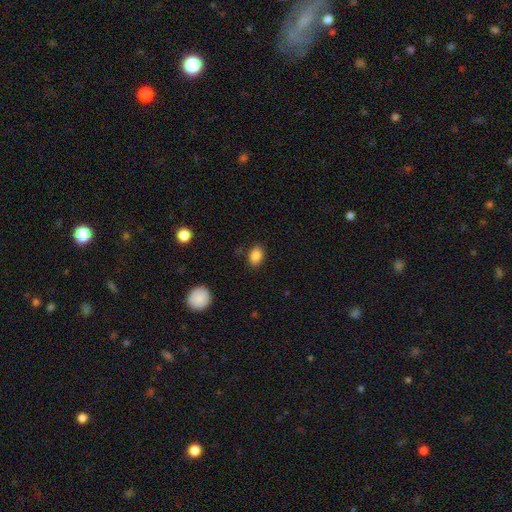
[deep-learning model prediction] Smooth or featured? smooth (86%)
How rounded? in between (82%)
Merging? none (86%)